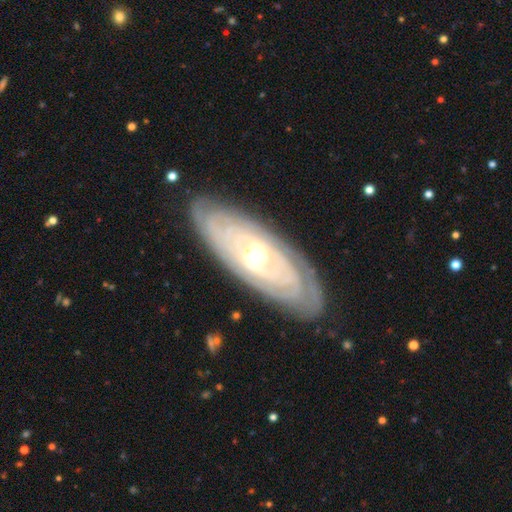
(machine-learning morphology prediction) Smooth or featured? featured or disk (85%)
Edge-on disk? no (84%)
Bar? no (53%)
Spiral arms? yes (91%)
Spiral winding? tight (83%)
Spiral arm count? can't tell (51%)
Bulge size? moderate (69%)
Merging? none (83%)